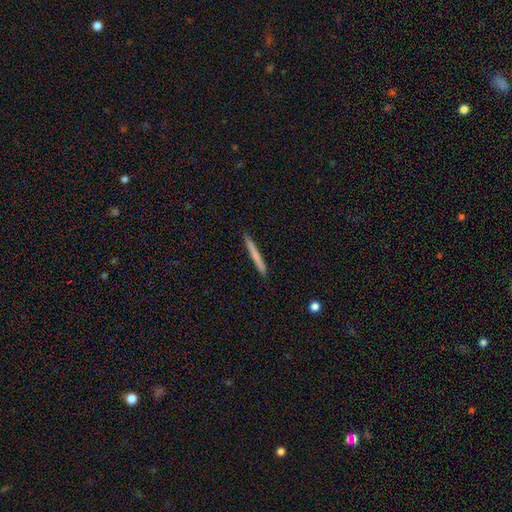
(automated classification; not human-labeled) This is likely a smooth galaxy (66%). How rounded: clearly cigar-shaped (97%). Merging: clearly none (92%).